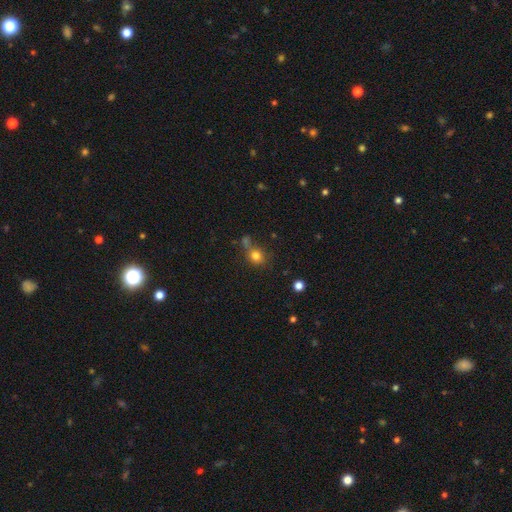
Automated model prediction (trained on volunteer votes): The model was most divided on "merging": none: 60%, merger: 20%, minor disturbance: 14%, major disturbance: 6%. More confident: how rounded — round (81%); smooth or featured — smooth (79%).